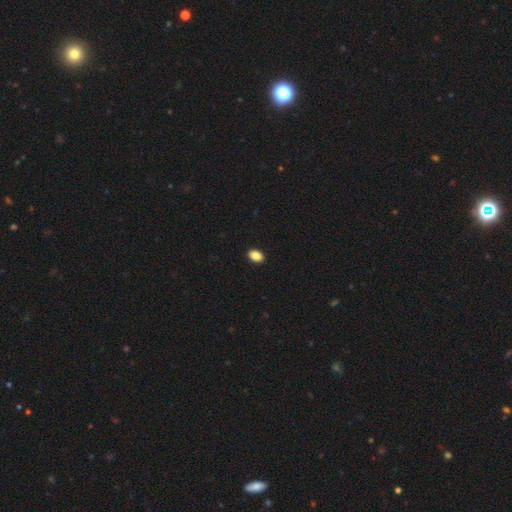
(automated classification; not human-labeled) A smooth galaxy with no disk features (88%) that is in between round and cigar-shaped (80%). Merging: none (92%).